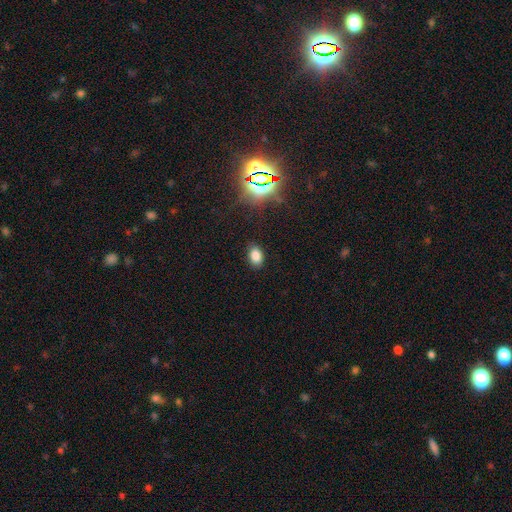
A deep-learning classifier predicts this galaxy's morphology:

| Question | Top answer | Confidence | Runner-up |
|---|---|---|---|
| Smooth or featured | smooth | 80% | star or artifact (15%) |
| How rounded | in between | 85% | round (13%) |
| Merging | none | 86% | minor disturbance (10%) |